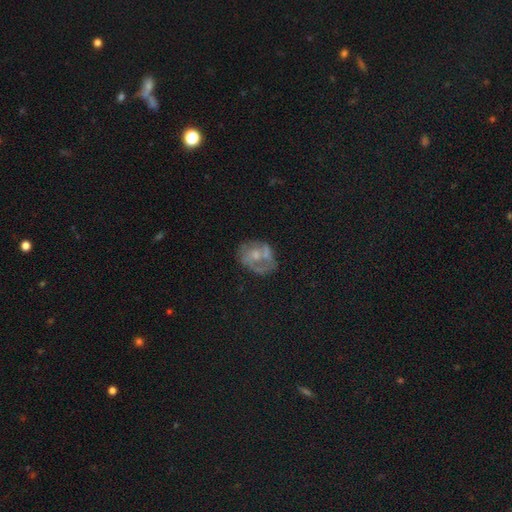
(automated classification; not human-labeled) Smooth or featured: featured or disk — 61% (smooth — 29%)
Edge-on disk: no — 98% (yes — 2%)
Bar: no — 76% (weak — 20%)
Spiral arms: no — 50% (tied with yes — 50%)
Bulge size: moderate — 46% (small — 35%)
Merging: none — 47% (minor disturbance — 23%)